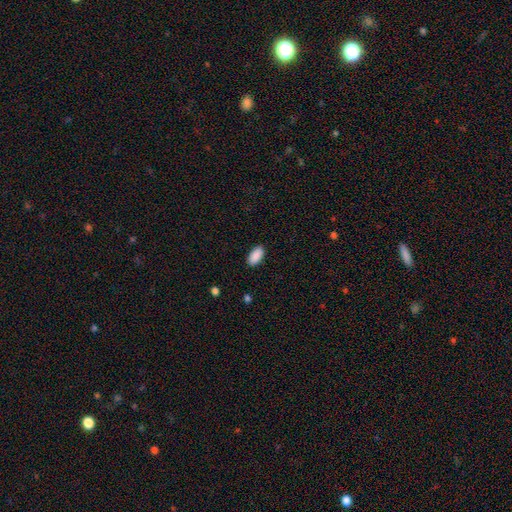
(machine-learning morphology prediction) Smooth or featured? Predicted: smooth (p=0.91). How rounded? Predicted: in between (p=0.94). Merging? Predicted: none (p=0.89).